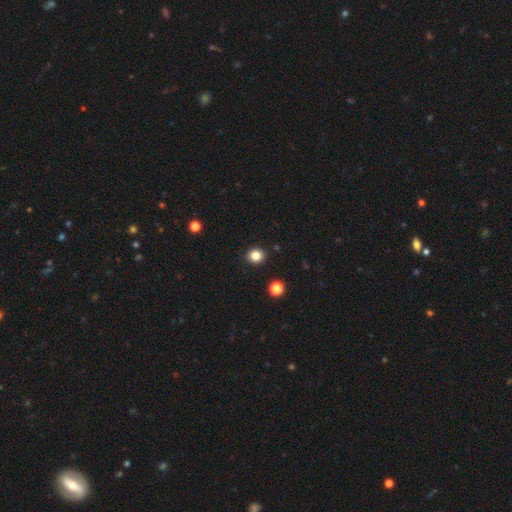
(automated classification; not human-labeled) A smooth galaxy with no disk features (83%) that is round (80%). Merging: none (92%).